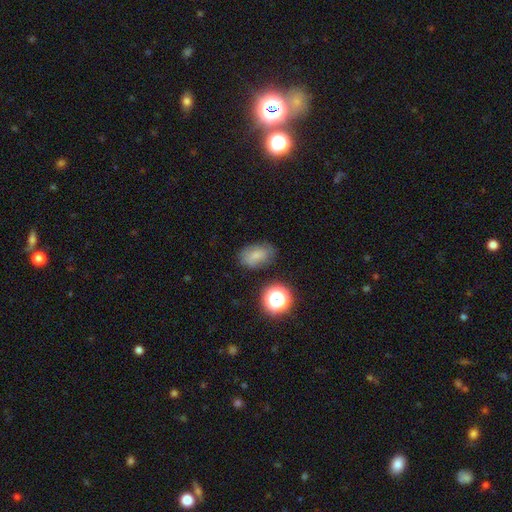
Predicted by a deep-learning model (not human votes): Overall: smooth (73%). How rounded: in between (82%). Merging: none (68%).